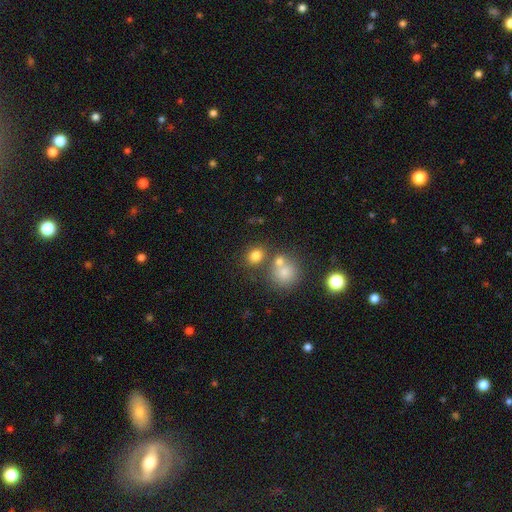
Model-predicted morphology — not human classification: Smooth or featured?
  - smooth: 78% *
  - star or artifact: 14%
  - featured or disk: 8%
How rounded?
  - round: 59% *
  - in between: 40%
  - cigar-shaped: 1%
Merging?
  - none: 65% *
  - merger: 21%
  - minor disturbance: 10%
  - major disturbance: 4%